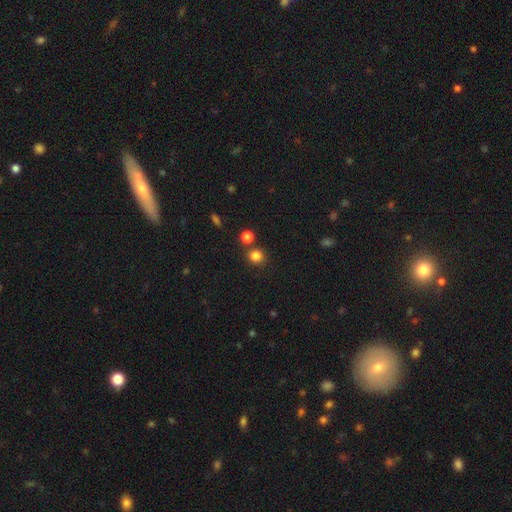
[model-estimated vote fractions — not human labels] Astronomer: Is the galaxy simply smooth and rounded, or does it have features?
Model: smooth — 82%.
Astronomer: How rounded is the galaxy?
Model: round — 87%.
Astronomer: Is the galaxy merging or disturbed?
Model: none — 77%.